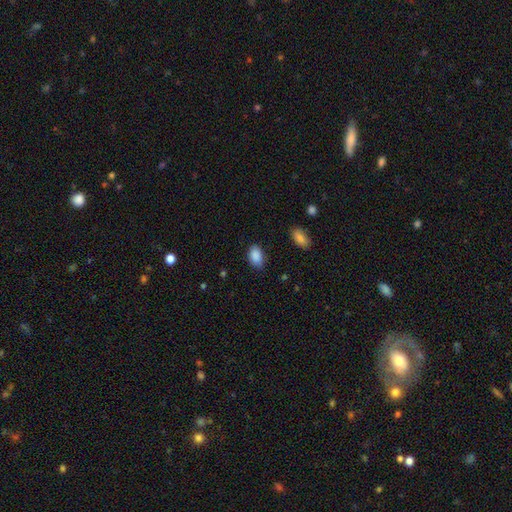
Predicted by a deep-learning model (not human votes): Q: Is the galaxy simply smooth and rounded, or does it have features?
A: smooth — 89%.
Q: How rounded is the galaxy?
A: in between — 90%.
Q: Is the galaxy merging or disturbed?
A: none — 81%.